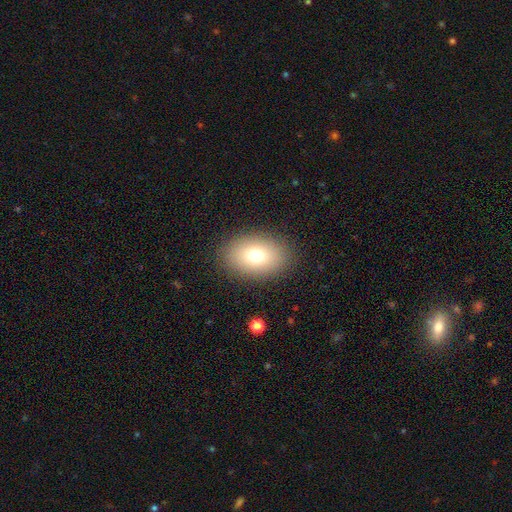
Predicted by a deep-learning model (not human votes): Smooth or featured? Predicted: smooth (p=0.74). How rounded? Predicted: in between (p=0.76). Merging? Predicted: none (p=0.87).